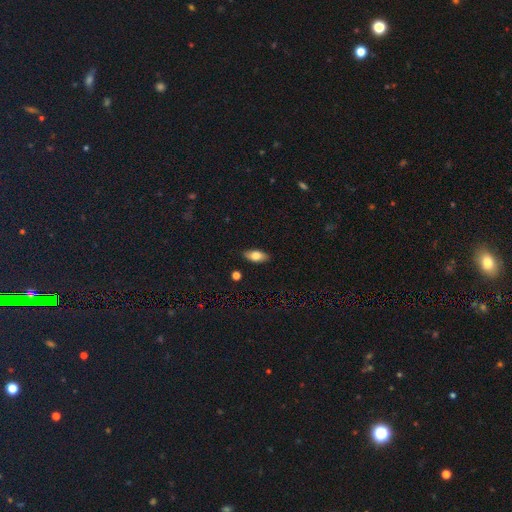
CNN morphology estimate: smooth 74%, featured or disk 19%, star or artifact 7%. Down the decision tree: how rounded — in between (86%); merging — none (86%).